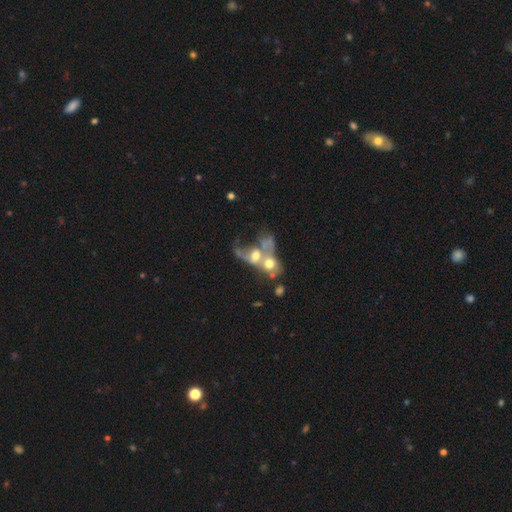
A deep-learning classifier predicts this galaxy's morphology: Smooth or featured?
  - featured or disk: 48% *
  - smooth: 39%
  - star or artifact: 13%
Merging?
  - merger: 77% *
  - major disturbance: 13%
  - none: 7%
  - minor disturbance: 4%